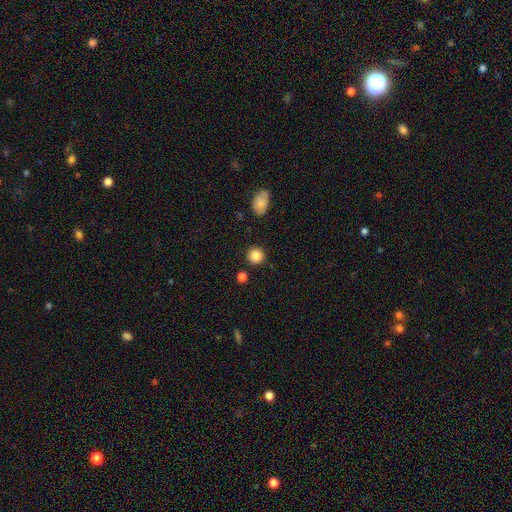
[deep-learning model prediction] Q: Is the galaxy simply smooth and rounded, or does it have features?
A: smooth — 86%.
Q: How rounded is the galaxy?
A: round — 93%.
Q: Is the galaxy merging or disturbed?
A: none — 88%.